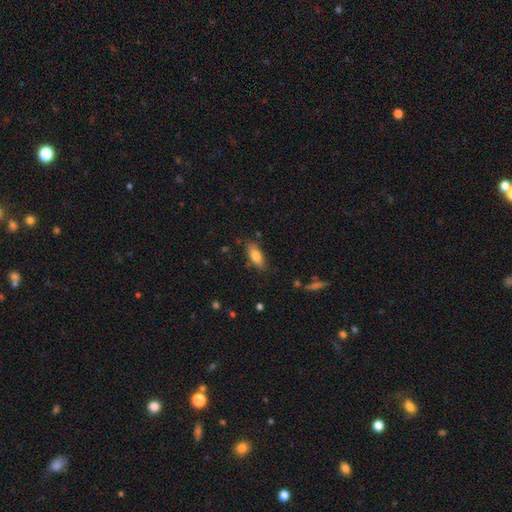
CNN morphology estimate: Smooth or featured: smooth — 79% (featured or disk — 14%)
How rounded: in between — 76% (cigar-shaped — 22%)
Merging: none — 78% (minor disturbance — 16%)